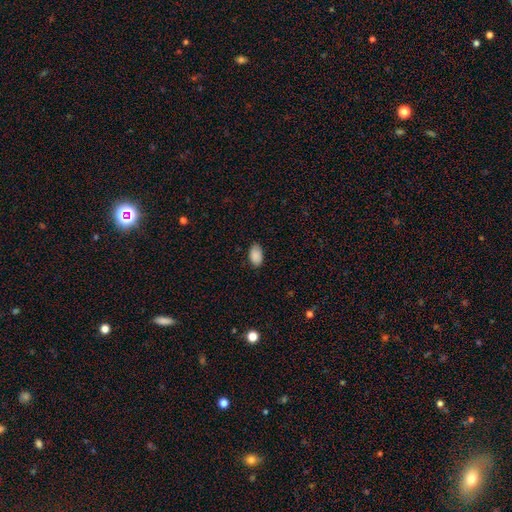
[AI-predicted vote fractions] Smooth or featured?
  - smooth: 89% *
  - star or artifact: 7%
  - featured or disk: 4%
How rounded?
  - in between: 92% *
  - round: 7%
  - cigar-shaped: 1%
Merging?
  - none: 83% *
  - minor disturbance: 14%
  - major disturbance: 2%
  - merger: 1%